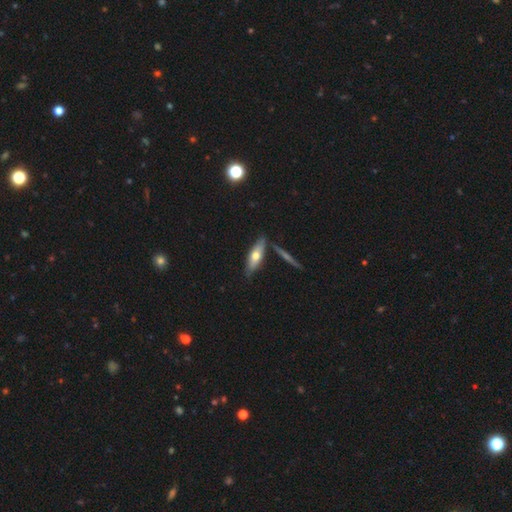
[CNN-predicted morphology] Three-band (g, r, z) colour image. It shows a smooth galaxy with no disk features (56%) that is in between round and cigar-shaped (52%). Merging: none (75%).